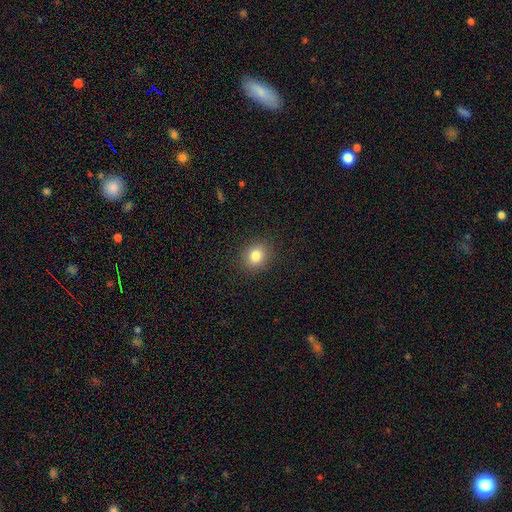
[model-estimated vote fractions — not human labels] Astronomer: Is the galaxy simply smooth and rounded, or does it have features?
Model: smooth — 82%.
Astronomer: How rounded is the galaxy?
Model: round — 71%.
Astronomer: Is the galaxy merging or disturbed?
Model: none — 89%.